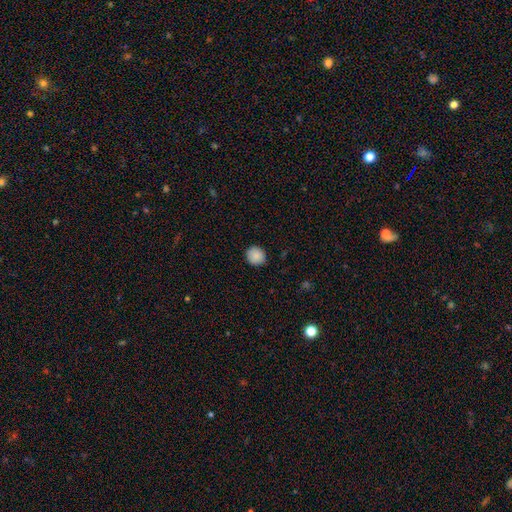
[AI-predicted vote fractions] Overall: smooth (88%). How rounded: round (87%). Merging: none (89%).